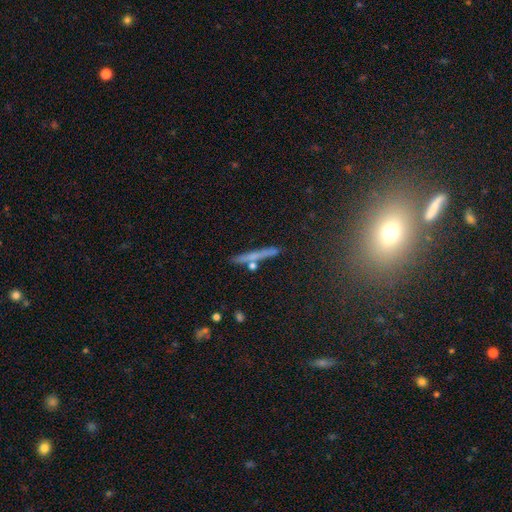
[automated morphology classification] Overall: smooth (49%; featured or disk 38%). Merging: none (81%).